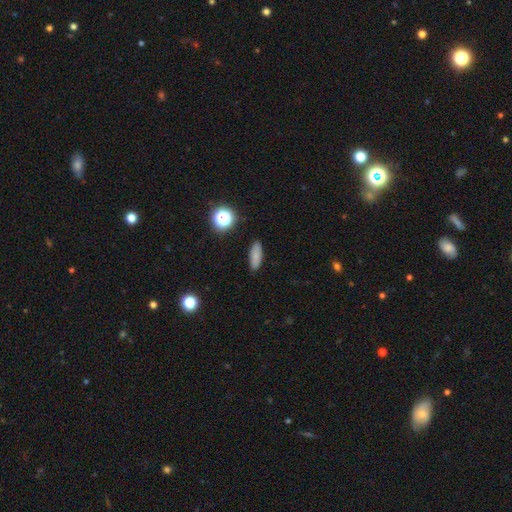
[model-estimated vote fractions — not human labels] Smooth or featured: smooth — 81% (star or artifact — 11%)
How rounded: in between — 61% (cigar-shaped — 34%)
Merging: none — 88% (minor disturbance — 9%)